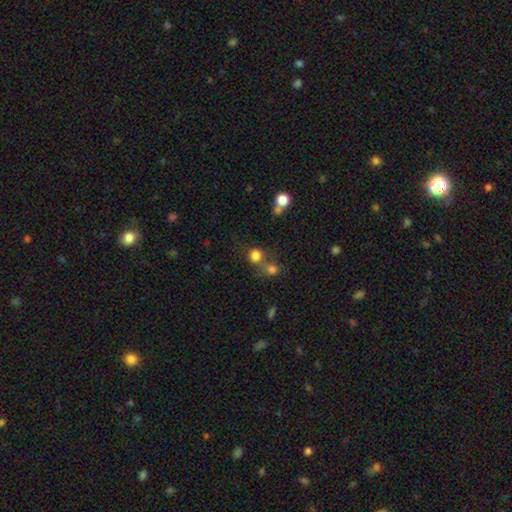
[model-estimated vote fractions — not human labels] This appears to be a smooth galaxy with no disk features (78%) that is round (86%). Merging: none (56%).